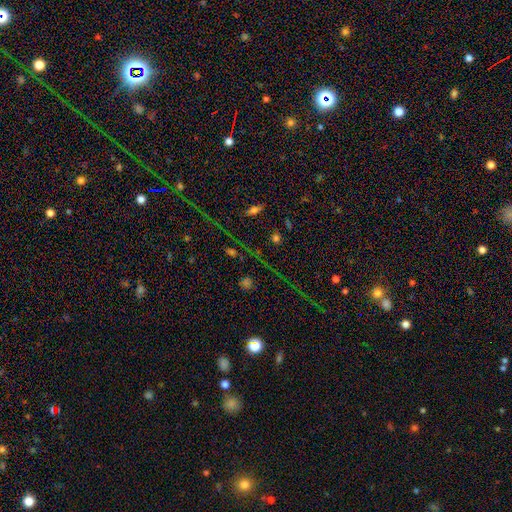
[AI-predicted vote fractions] Smooth or featured? star or artifact (71%)